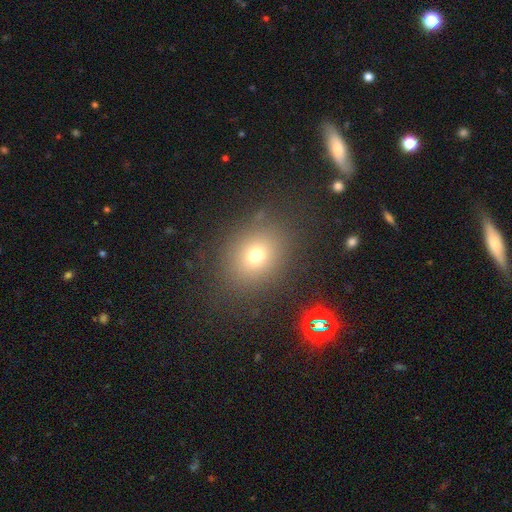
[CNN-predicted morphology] Q: Smooth or featured?
A: smooth (70%); runner-up: star or artifact (18%)
Q: How rounded?
A: round (58%); runner-up: in between (41%)
Q: Merging?
A: none (81%); runner-up: minor disturbance (11%)